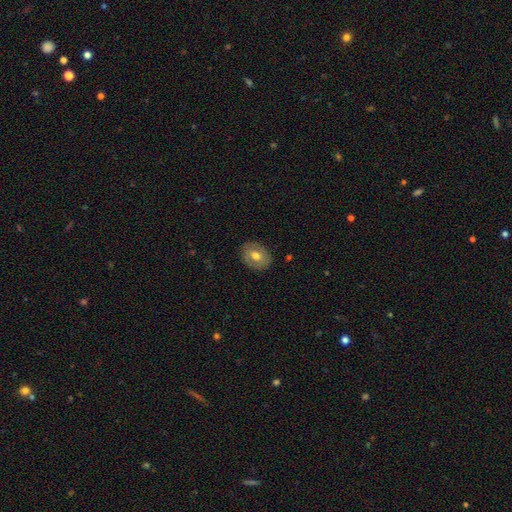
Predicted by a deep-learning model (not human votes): smooth_or_featured: smooth (p=0.57) [alt: featured or disk p=0.35]
how_rounded: in between (p=0.54) [alt: round p=0.45]
merging: none (p=0.84) [alt: minor disturbance p=0.12]